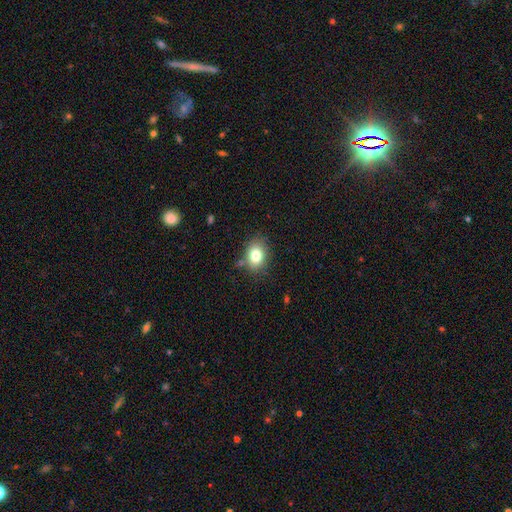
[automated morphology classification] This is likely a smooth galaxy (79%). How rounded: possibly in between (57%). Merging: likely none (79%).